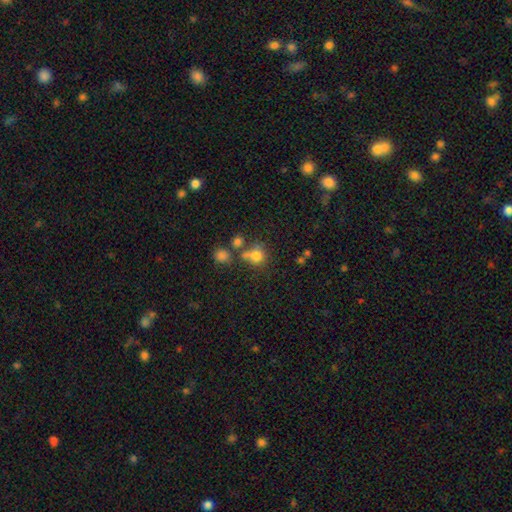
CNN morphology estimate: Smooth or featured: smooth — 75% (star or artifact — 15%)
How rounded: round — 79% (in between — 20%)
Merging: none — 53% (merger — 25%)